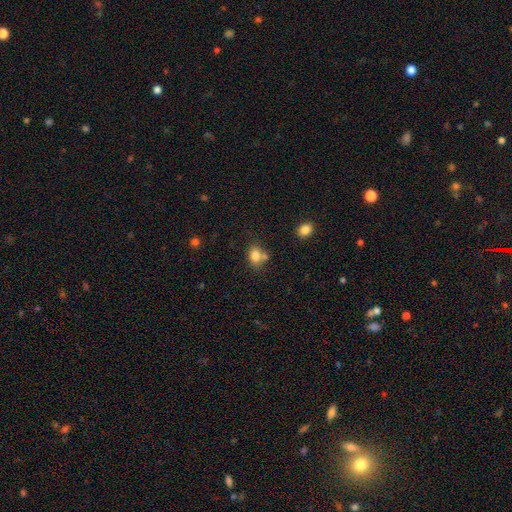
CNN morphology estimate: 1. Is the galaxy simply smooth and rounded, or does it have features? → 81% smooth, 10% star or artifact, 8% featured or disk.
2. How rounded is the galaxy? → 60% in between, 39% round, 1% cigar-shaped.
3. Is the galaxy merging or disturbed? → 57% none, 25% merger, 14% minor disturbance, 4% major disturbance.